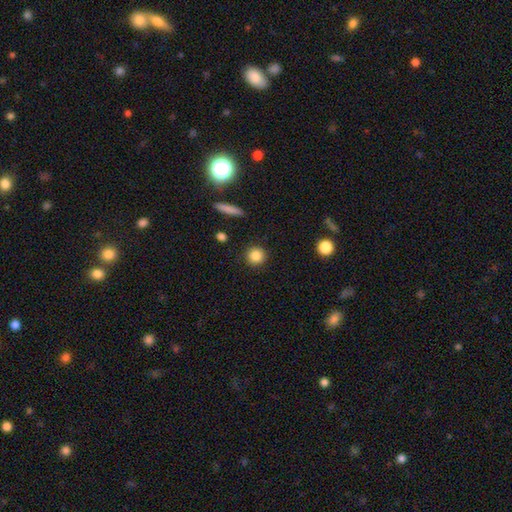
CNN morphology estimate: A smooth galaxy with no disk features (85%) that is round (93%).

Vote fractions:
- Smooth or featured? smooth: 85% / star or artifact: 9% / featured or disk: 5%
- How rounded? round: 93% / in between: 6% / cigar-shaped: 1%
- Merging? none: 91% / minor disturbance: 6% / major disturbance: 2% / merger: 1%